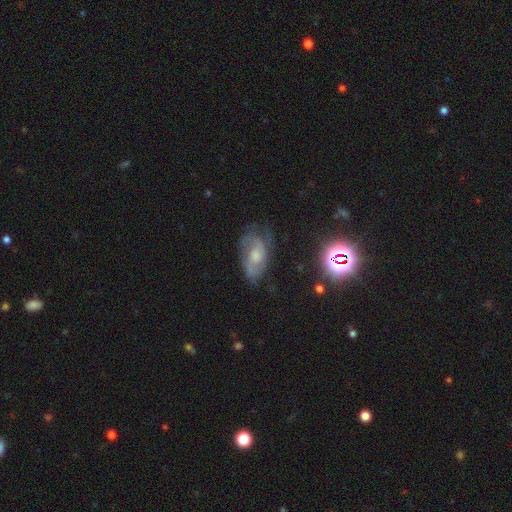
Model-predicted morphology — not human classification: Q: Smooth or featured?
A: featured or disk (63%); runner-up: smooth (24%)
Q: Edge-on disk?
A: no (94%); runner-up: yes (6%)
Q: Bar?
A: no (66%); runner-up: weak (29%)
Q: Spiral arms?
A: yes (82%); runner-up: no (18%)
Q: Bulge size?
A: moderate (45%); runner-up: small (34%)
Q: Merging?
A: none (60%); runner-up: minor disturbance (25%)